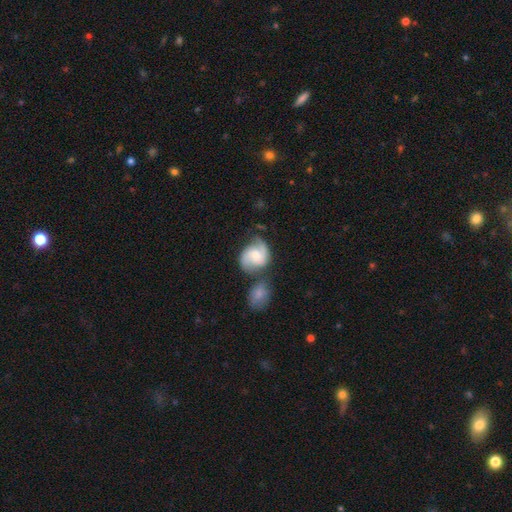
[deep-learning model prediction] Smooth or featured: featured or disk — 74% (smooth — 20%)
Edge-on disk: no — 98% (yes — 2%)
Bar: no — 53% (weak — 39%)
Spiral arms: yes — 94% (no — 6%)
Spiral winding: medium — 52% (loose — 26%)
Spiral arm count: 2 — 88% (can't tell — 5%)
Bulge size: moderate — 51% (small — 30%)
Merging: none — 48% (merger — 26%)